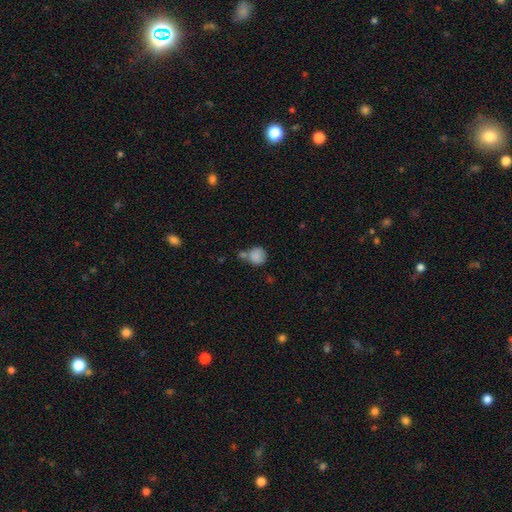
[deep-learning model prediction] smooth_or_featured: smooth (p=0.85) [alt: star or artifact p=0.09]
how_rounded: round (p=0.84) [alt: in between p=0.15]
merging: none (p=0.48) [alt: merger p=0.31]